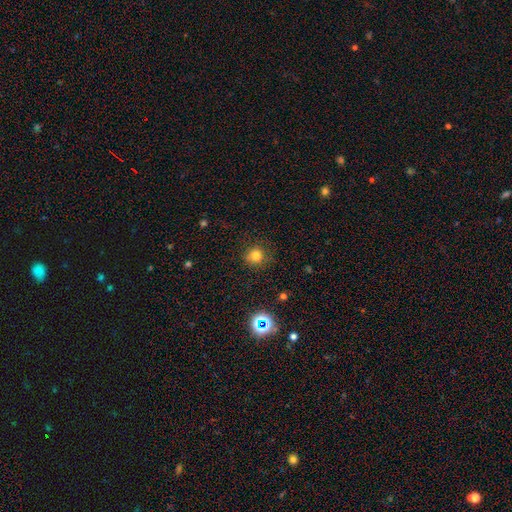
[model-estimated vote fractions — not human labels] A smooth galaxy with no disk features (78%) that is round (89%).

Vote fractions:
- Smooth or featured? smooth: 78% / star or artifact: 16% / featured or disk: 6%
- How rounded? round: 89% / in between: 10% / cigar-shaped: 1%
- Merging? none: 85% / minor disturbance: 10% / major disturbance: 3% / merger: 1%